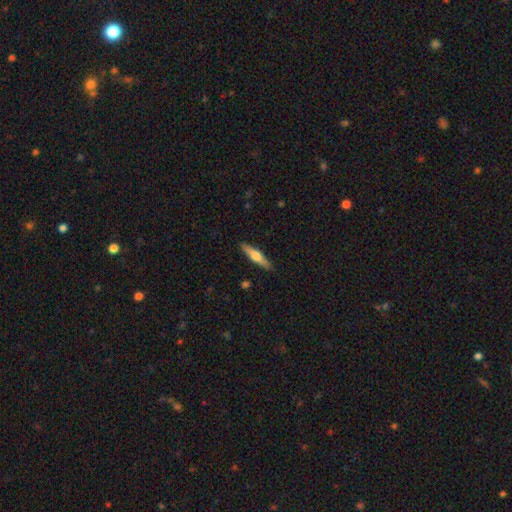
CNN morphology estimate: The model was most divided on "smooth or featured": featured or disk: 53%, smooth: 42%, star or artifact: 5%. More confident: edge-on disk — yes (95%); edge-on bulge — rounded (91%); merging — none (90%).